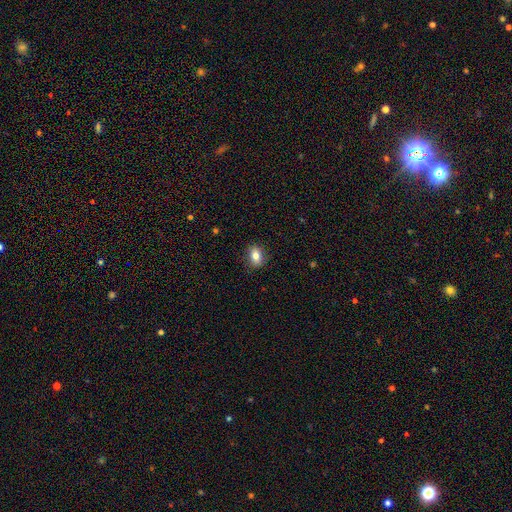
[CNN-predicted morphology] type=smooth (79%); roundness=in between (71%); merging=none (87%).